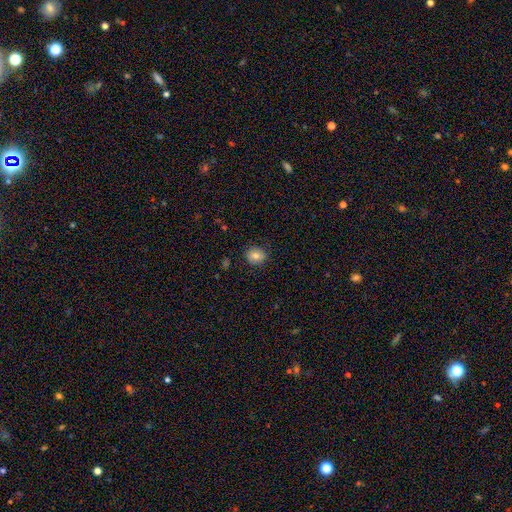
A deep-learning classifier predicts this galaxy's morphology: Q: Smooth or featured?
A: smooth (79%); runner-up: featured or disk (12%)
Q: How rounded?
A: round (67%); runner-up: in between (32%)
Q: Merging?
A: none (85%); runner-up: minor disturbance (11%)